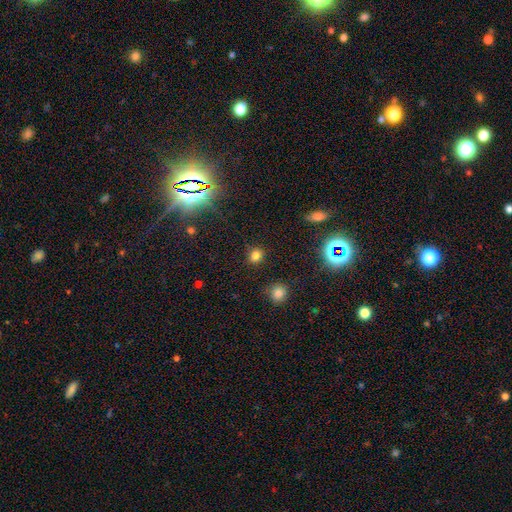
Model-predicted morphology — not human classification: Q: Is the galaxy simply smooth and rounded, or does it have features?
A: smooth — 78%.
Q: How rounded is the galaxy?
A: round — 77%.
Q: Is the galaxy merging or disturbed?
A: none — 87%.